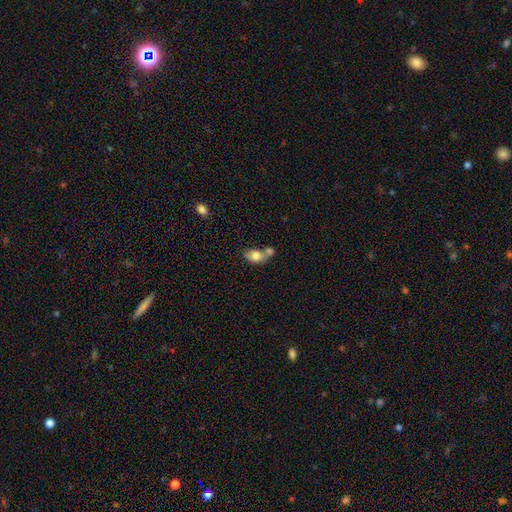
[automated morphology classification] smooth 78%, featured or disk 14%, star or artifact 8%. Down the decision tree: how rounded — in between (76%); merging — merger (51%).